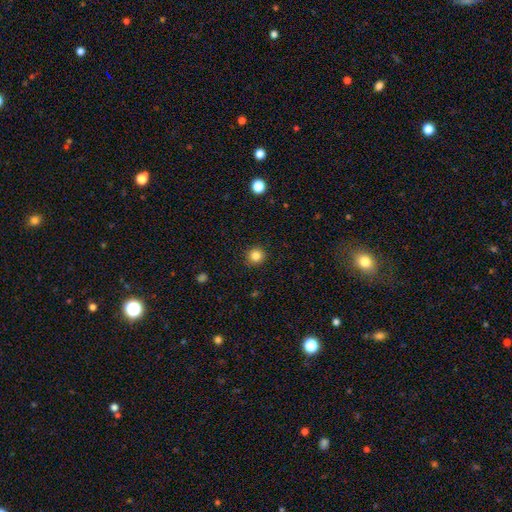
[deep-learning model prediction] smooth-or-featured: smooth: 84% | star or artifact: 11% | featured or disk: 5%
  how-rounded: round: 92% | in between: 7% | cigar-shaped: 1%
  merging: none: 91% | minor disturbance: 6% | major disturbance: 2% | merger: 1%